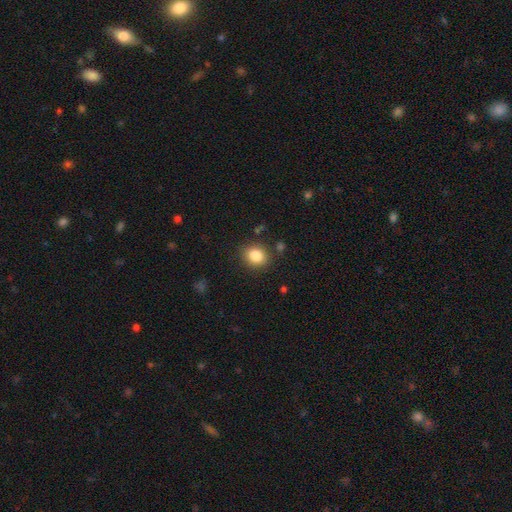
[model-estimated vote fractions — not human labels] Morphology: type=smooth (84%); roundness=round (66%); merging=none (86%).